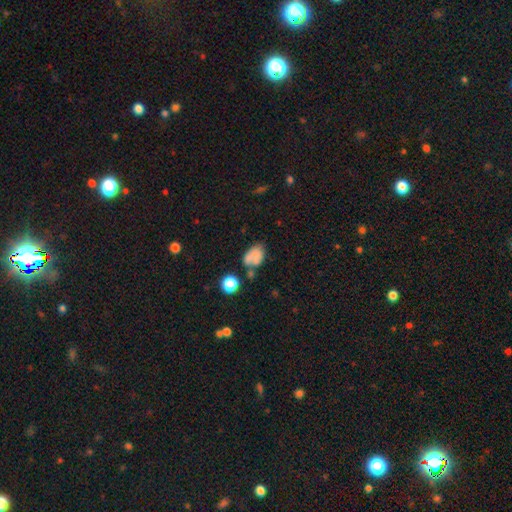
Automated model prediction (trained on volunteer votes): Morphology: type=smooth (69%); roundness=in between (78%); merging=none (39%).